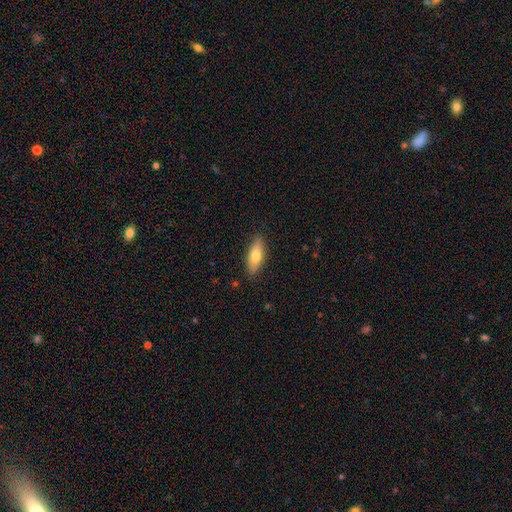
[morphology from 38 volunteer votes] Overall: smooth (84%). How rounded: in between (66%; cigar-shaped 34%). Merging: none (84%).